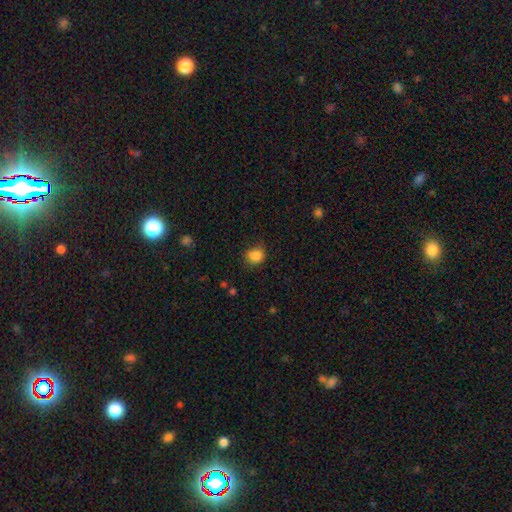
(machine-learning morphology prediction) smooth 84%, star or artifact 11%, featured or disk 5%. Down the decision tree: how rounded — round (70%); merging — none (71%).